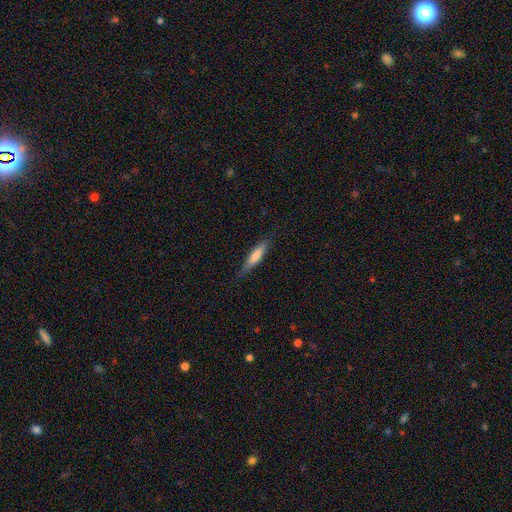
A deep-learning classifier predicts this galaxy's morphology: Smooth or featured: smooth — 73% (featured or disk — 21%)
How rounded: cigar-shaped — 80% (in between — 18%)
Merging: none — 79% (minor disturbance — 17%)